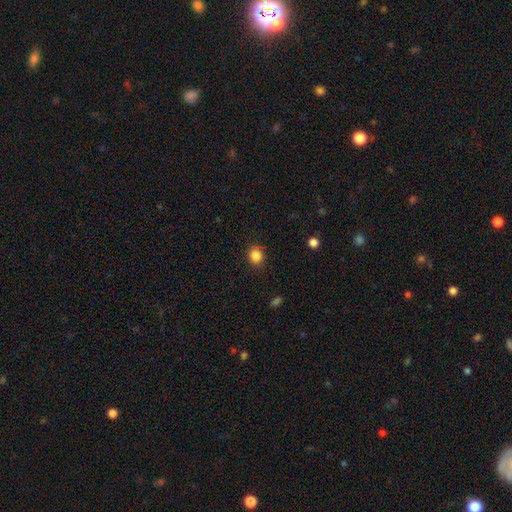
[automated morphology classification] Smooth or featured: smooth — 85% (star or artifact — 11%)
How rounded: round — 75% (in between — 24%)
Merging: none — 85% (minor disturbance — 10%)